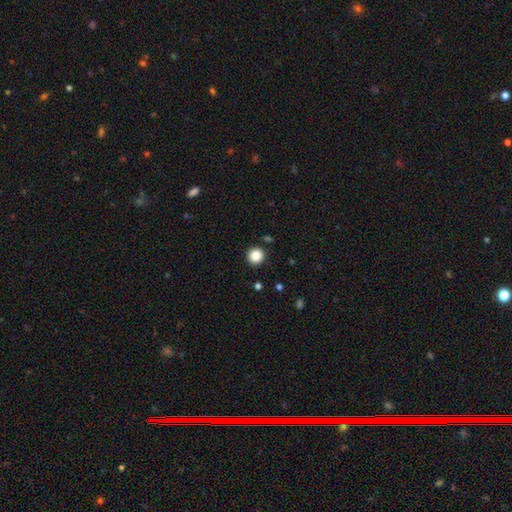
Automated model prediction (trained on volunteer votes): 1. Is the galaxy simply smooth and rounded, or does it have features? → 86% smooth, 11% star or artifact, 3% featured or disk.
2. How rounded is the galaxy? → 95% round, 4% in between, 1% cigar-shaped.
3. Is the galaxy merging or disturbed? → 92% none, 5% minor disturbance, 2% major disturbance, 2% merger.